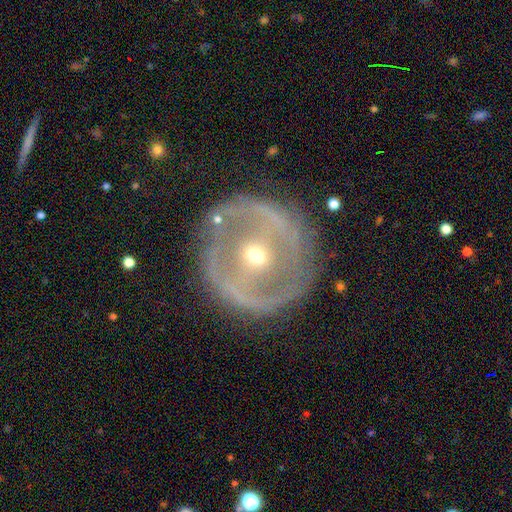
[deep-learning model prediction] The model was most divided on "bar": weak: 38%, no: 36%, strong: 26%. More confident: edge-on disk — no (95%); smooth or featured — featured or disk (80%); merging — none (76%); spiral arms — yes (65%); bulge size — moderate (58%).